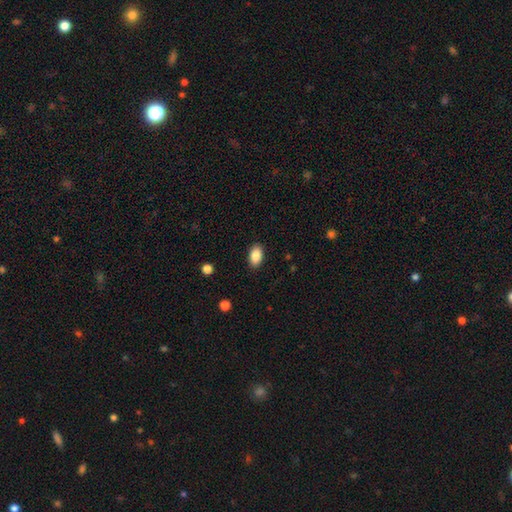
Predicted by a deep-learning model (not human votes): This appears to be a smooth galaxy with no disk features (87%) that is in between round and cigar-shaped (91%). Merging: none (89%).